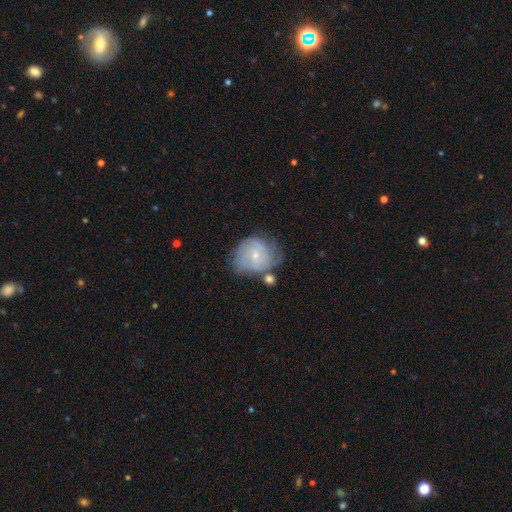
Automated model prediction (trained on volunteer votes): A featured or disk galaxy (66%) with no bar (61%), tight (57%) spiral arms (83%) and a small central bulge (71%). Merging: none (51%).